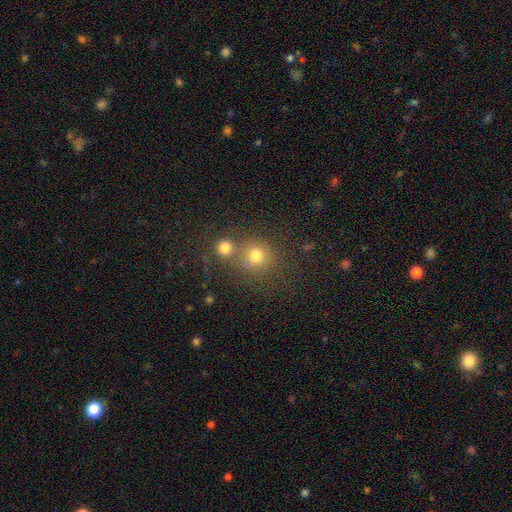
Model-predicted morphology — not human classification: The model was most divided on "merging": none: 57%, merger: 31%, minor disturbance: 8%, major disturbance: 4%. More confident: how rounded — round (88%); smooth or featured — smooth (74%).